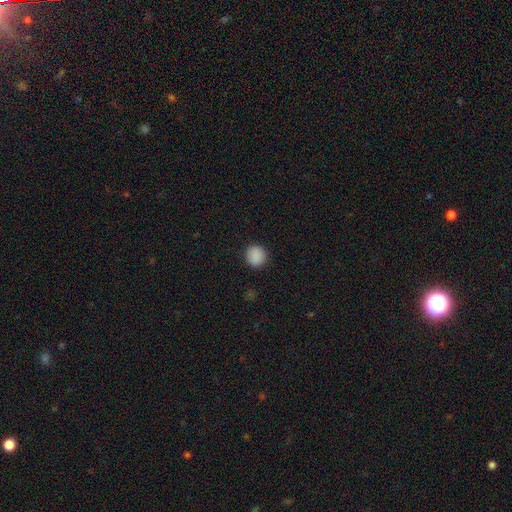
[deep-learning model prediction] smooth 88%, star or artifact 9%, featured or disk 3%. Down the decision tree: how rounded — round (91%); merging — none (91%).